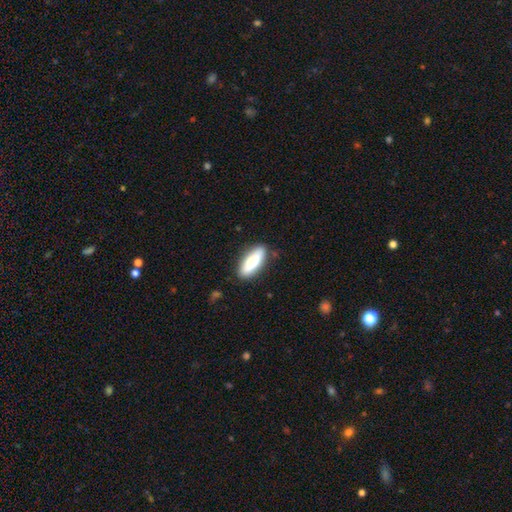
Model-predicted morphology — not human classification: type=smooth (72%); roundness=in between (63%); merging=none (86%).